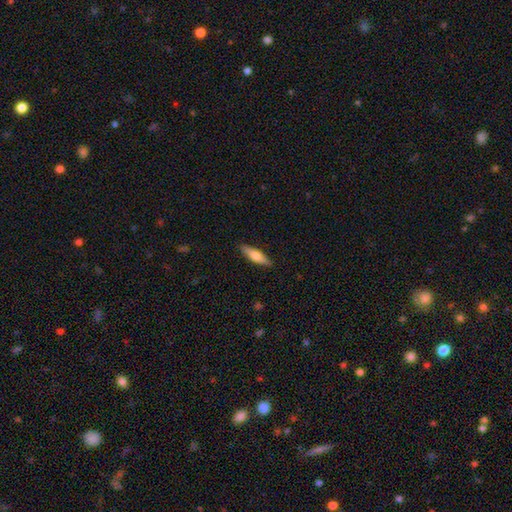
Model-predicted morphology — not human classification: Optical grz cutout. It shows a smooth galaxy with no disk features (59%) that is cigar-shaped (68%). Merging: none (89%).